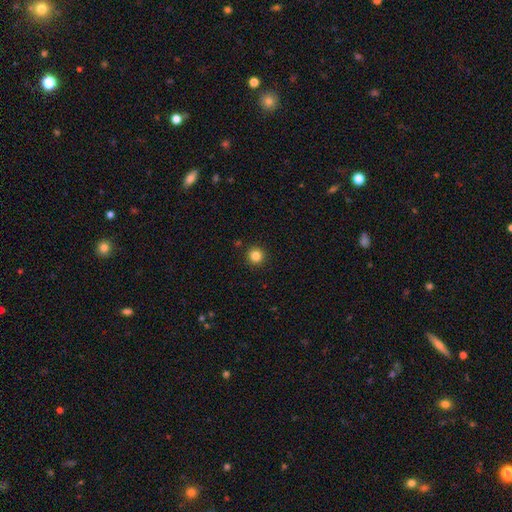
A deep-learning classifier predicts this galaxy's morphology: Smooth or featured? smooth (84%)
How rounded? round (95%)
Merging? none (92%)